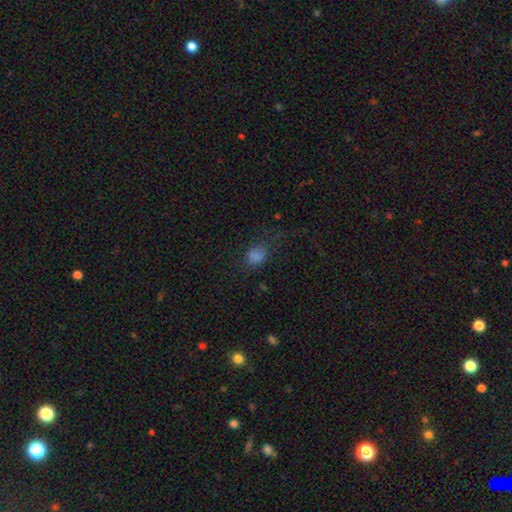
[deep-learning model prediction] Q: Smooth or featured?
A: smooth (73%); runner-up: star or artifact (19%)
Q: How rounded?
A: round (51%); runner-up: in between (46%)
Q: Merging?
A: none (57%); runner-up: minor disturbance (22%)